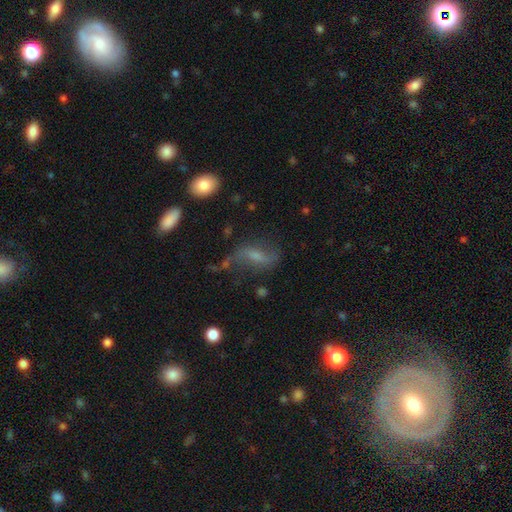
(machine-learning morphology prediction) A featured or disk galaxy (61%) with a weak bar (45%), spiral arms (83%) and a small central bulge (40%).

Vote fractions:
- Smooth or featured? featured or disk: 61% / smooth: 25% / star or artifact: 13%
- Edge-on disk? no: 89% / yes: 11%
- Bar? weak: 45% / no: 29% / strong: 26%
- Spiral arms? yes: 83% / no: 17%
- Bulge size? small: 40% / moderate: 29% / none: 24% / large: 5% / dominant: 2%
- Merging? none: 55% / minor disturbance: 21% / major disturbance: 19% / merger: 4%